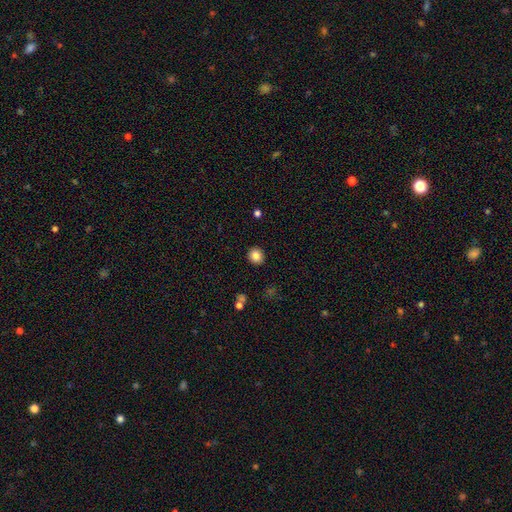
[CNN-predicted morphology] Q: Smooth or featured?
A: smooth (84%); runner-up: star or artifact (10%)
Q: How rounded?
A: round (84%); runner-up: in between (15%)
Q: Merging?
A: none (92%); runner-up: minor disturbance (5%)